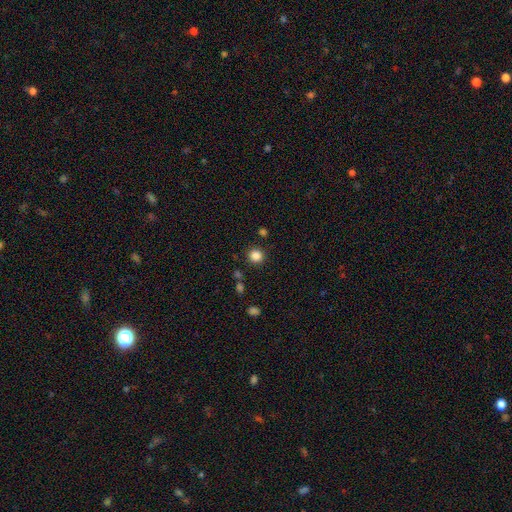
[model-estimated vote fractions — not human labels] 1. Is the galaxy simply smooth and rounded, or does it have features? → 85% smooth, 12% star or artifact, 4% featured or disk.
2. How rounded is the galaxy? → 91% round, 8% in between, 1% cigar-shaped.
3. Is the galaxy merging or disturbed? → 88% none, 6% minor disturbance, 3% merger, 3% major disturbance.